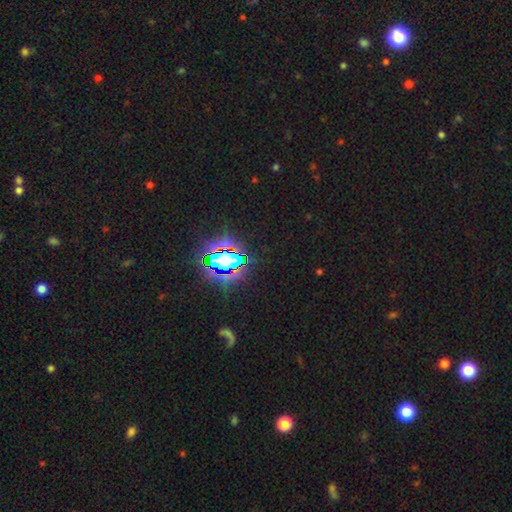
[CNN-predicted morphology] A star or artifact, not a galaxy (82%).

Vote fractions:
- Smooth or featured? star or artifact: 82% / smooth: 11% / featured or disk: 7%